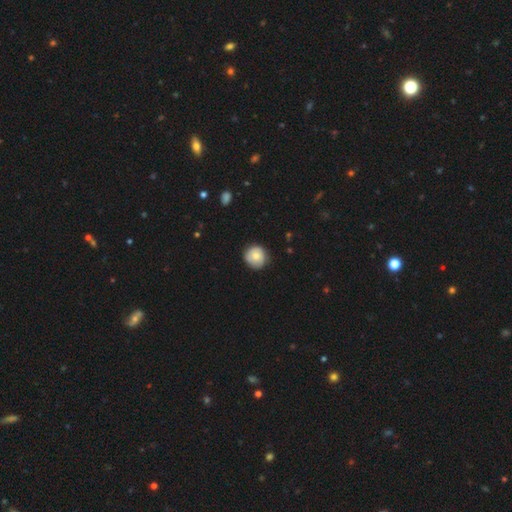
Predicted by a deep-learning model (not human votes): Morphology: type=smooth (72%); roundness=round (92%); merging=none (81%).